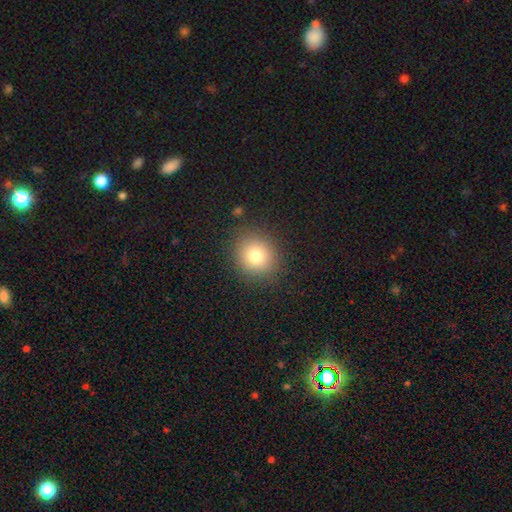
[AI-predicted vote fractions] smooth_or_featured: smooth (p=0.79) [alt: star or artifact p=0.12]
how_rounded: round (p=0.80) [alt: in between p=0.19]
merging: none (p=0.87) [alt: minor disturbance p=0.08]